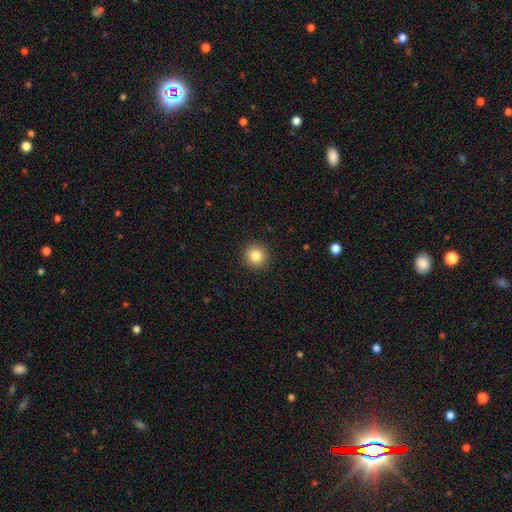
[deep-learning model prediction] Overall: smooth (84%). How rounded: round (95%). Merging: none (93%).